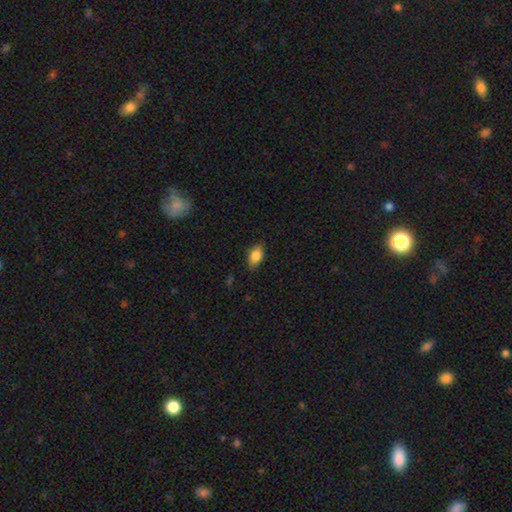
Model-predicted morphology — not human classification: A smooth galaxy with no disk features (85%) that is in between round and cigar-shaped (89%). Merging: none (84%).